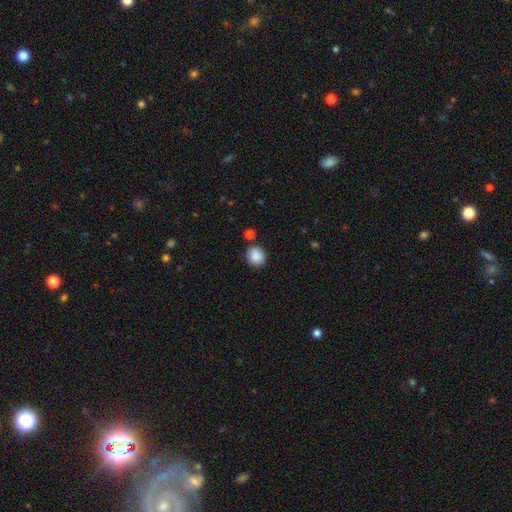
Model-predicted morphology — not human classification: Smooth or featured? smooth (88%)
How rounded? round (81%)
Merging? none (85%)